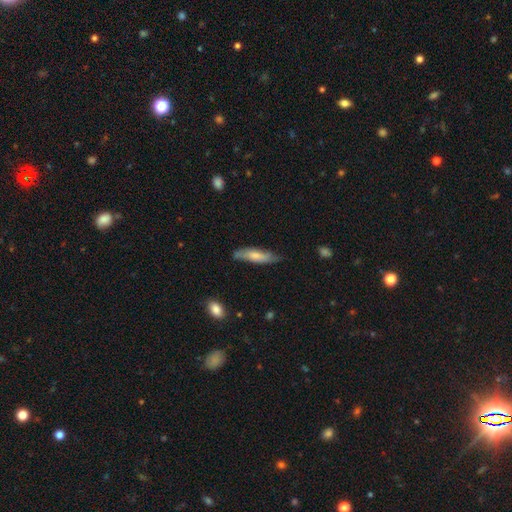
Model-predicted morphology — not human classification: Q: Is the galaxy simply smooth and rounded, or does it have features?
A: smooth — 62%.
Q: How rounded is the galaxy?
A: cigar-shaped — 66%.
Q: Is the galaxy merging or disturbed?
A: none — 68%.